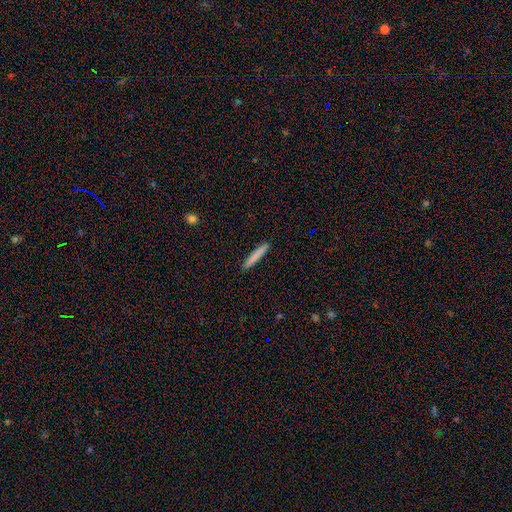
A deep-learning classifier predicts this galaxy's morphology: This appears to be a smooth galaxy with no disk features (80%) that is cigar-shaped (95%). Merging: none (92%).